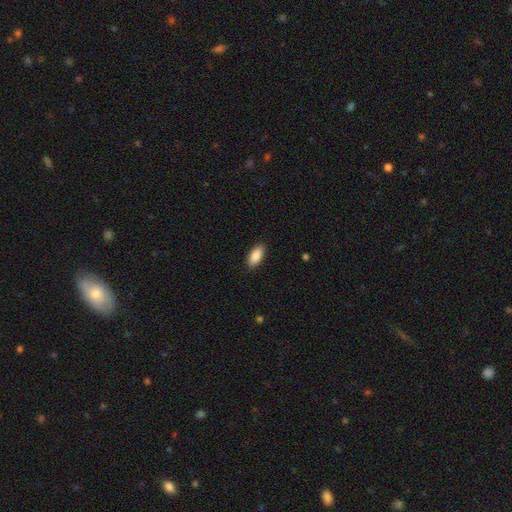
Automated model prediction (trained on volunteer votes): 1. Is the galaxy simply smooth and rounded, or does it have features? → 89% smooth, 6% star or artifact, 5% featured or disk.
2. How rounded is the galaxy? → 90% in between, 8% cigar-shaped, 2% round.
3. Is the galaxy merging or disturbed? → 89% none, 8% minor disturbance, 2% major disturbance, 1% merger.